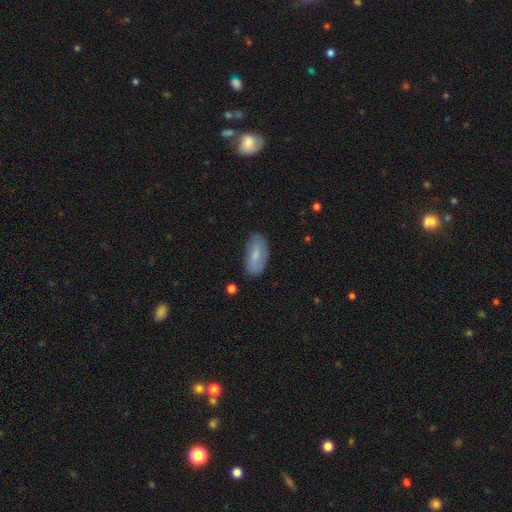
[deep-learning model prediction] The model was most divided on "smooth or featured": smooth: 70%, featured or disk: 24%, star or artifact: 6%. More confident: how rounded — in between (90%); merging — none (79%).